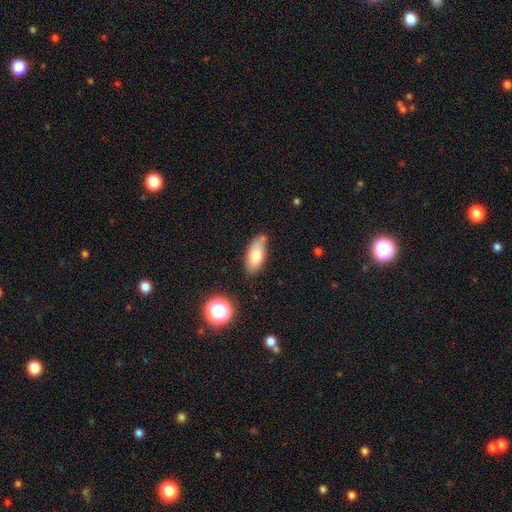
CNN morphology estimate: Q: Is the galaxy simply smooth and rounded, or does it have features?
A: smooth — 76%.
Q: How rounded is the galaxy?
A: in between — 86%.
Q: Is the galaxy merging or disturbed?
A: none — 68%.